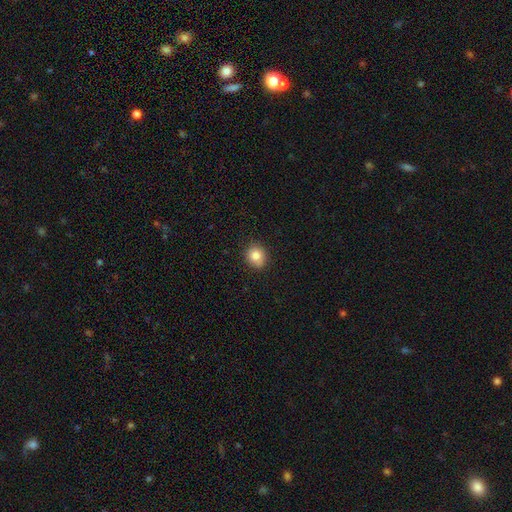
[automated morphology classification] smooth-or-featured: smooth: 84% | star or artifact: 10% | featured or disk: 6%
  how-rounded: round: 77% | in between: 22% | cigar-shaped: 1%
  merging: none: 86% | minor disturbance: 11% | major disturbance: 2% | merger: 1%